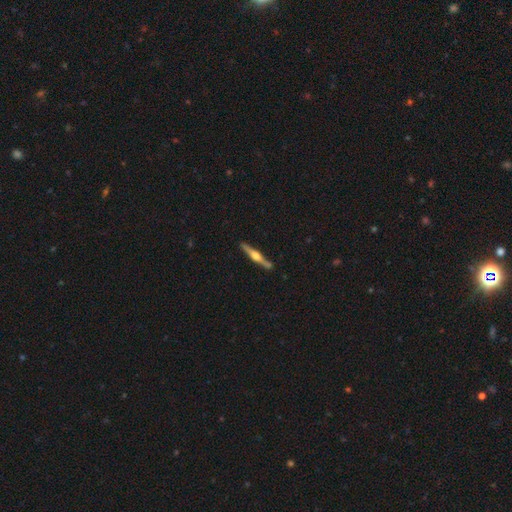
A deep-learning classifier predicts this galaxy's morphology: smooth-or-featured: featured or disk: 75% | smooth: 20% | star or artifact: 5%
  disk-edge-on: yes: 98% | no: 2%
    edge-on-bulge: rounded: 93% | boxy: 5% | none: 3%
  merging: none: 87% | minor disturbance: 8% | merger: 3% | major disturbance: 2%